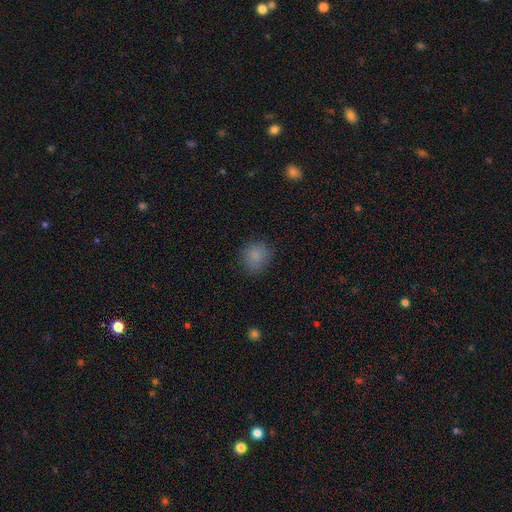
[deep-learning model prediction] This appears to be a smooth galaxy with no disk features (84%) that is round (77%). Merging: none (80%).